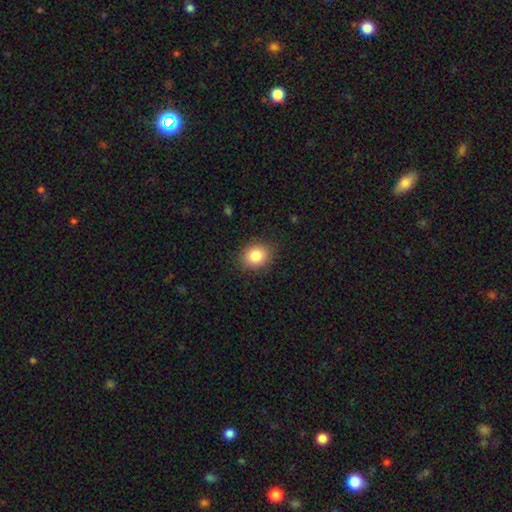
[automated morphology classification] type=smooth (85%); roundness=round (57%); merging=none (88%).